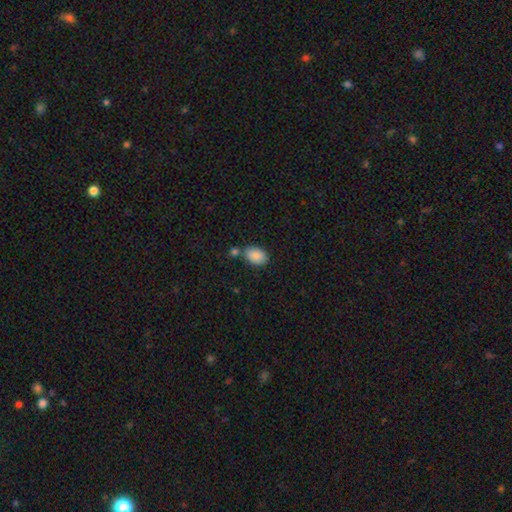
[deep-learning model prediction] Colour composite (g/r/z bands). It shows a smooth galaxy with no disk features (85%) that is in between round and cigar-shaped (82%). Merging: none (66%).